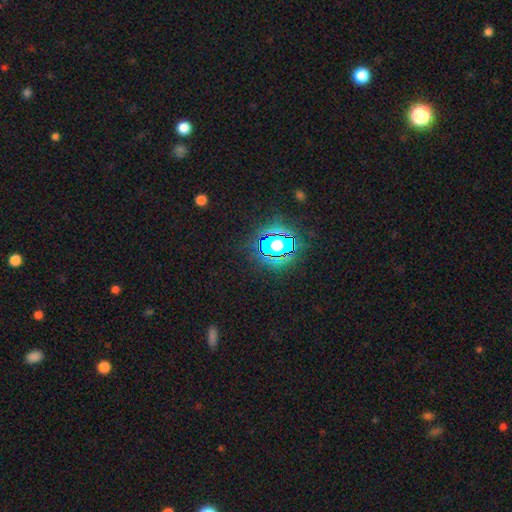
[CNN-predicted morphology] A star or artifact, not a galaxy (82%).